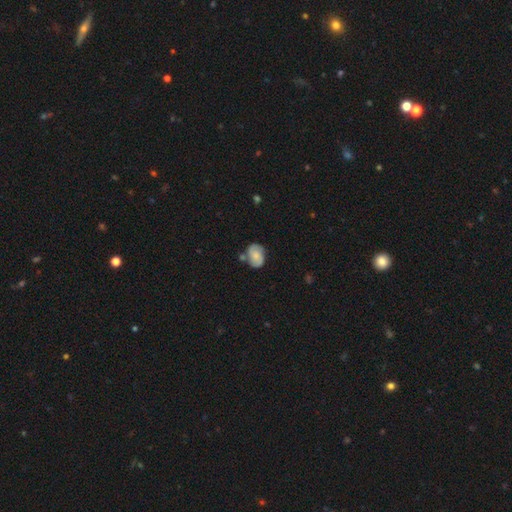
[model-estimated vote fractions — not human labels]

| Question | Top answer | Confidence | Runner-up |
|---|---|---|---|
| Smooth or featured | featured or disk | 51% | smooth (41%) |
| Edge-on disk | no | 97% | yes (3%) |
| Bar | no | 67% | weak (28%) |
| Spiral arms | yes | 87% | no (13%) |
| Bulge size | small | 37% | moderate (34%) |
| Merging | none | 61% | minor disturbance (22%) |